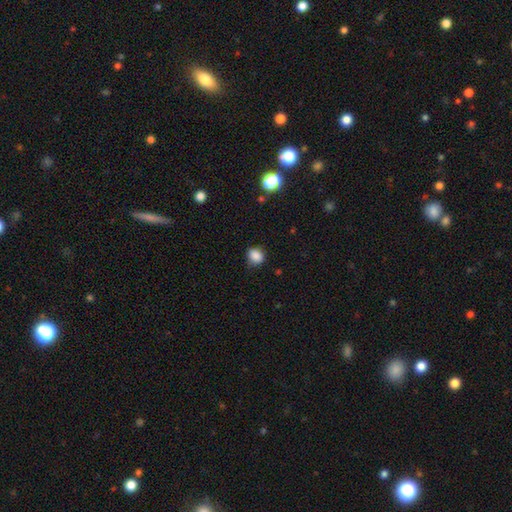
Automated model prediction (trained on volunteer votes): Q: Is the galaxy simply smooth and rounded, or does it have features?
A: smooth — 86%.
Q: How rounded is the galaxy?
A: round — 61%.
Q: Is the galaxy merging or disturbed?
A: none — 74%.